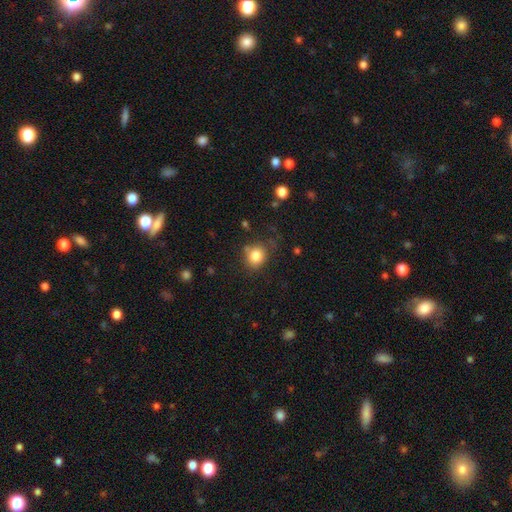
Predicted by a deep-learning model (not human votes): Smooth or featured: smooth — 83% (star or artifact — 11%)
How rounded: round — 75% (in between — 24%)
Merging: none — 72% (minor disturbance — 18%)